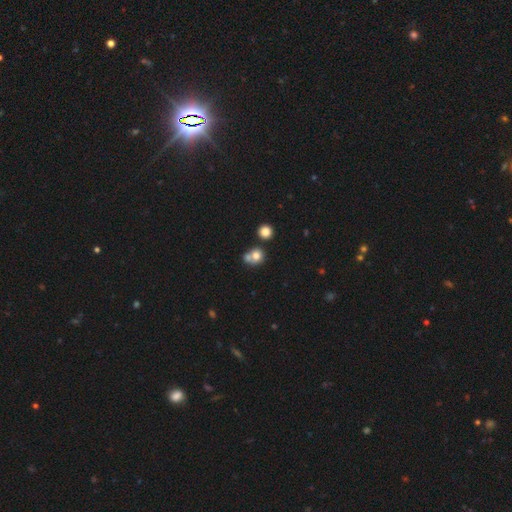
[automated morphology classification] Q: Smooth or featured?
A: smooth (76%); runner-up: featured or disk (13%)
Q: How rounded?
A: round (78%); runner-up: in between (21%)
Q: Merging?
A: merger (43%); runner-up: none (42%)